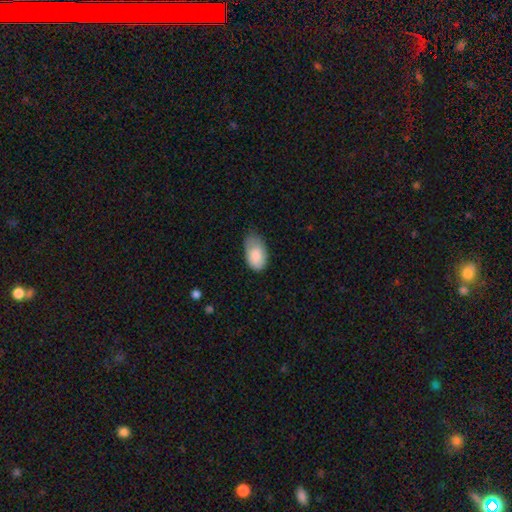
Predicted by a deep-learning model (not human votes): smooth_or_featured: smooth (p=0.85) [alt: featured or disk p=0.08]
how_rounded: in between (p=0.94) [alt: round p=0.05]
merging: none (p=0.48) [alt: minor disturbance p=0.41]